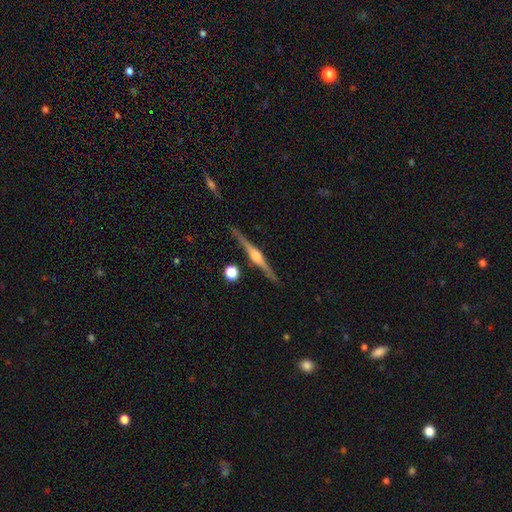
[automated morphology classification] featured or disk 87%, smooth 8%, star or artifact 5%. Down the decision tree: edge-on disk — yes (99%); edge-on bulge — rounded (86%); merging — none (91%).